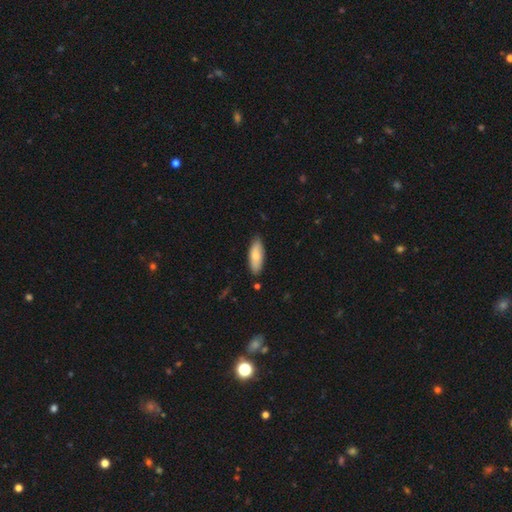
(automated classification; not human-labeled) The model was most divided on "how rounded": in between: 69%, cigar-shaped: 29%, round: 2%. More confident: merging — none (85%); smooth or featured — smooth (76%).